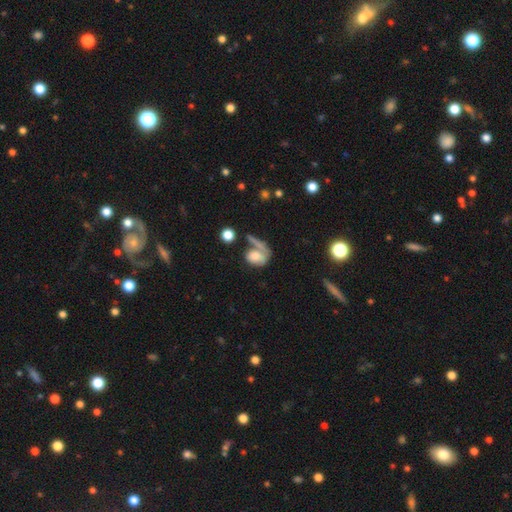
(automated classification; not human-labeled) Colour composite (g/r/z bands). It shows a smooth galaxy with no disk features (68%) that is in between round and cigar-shaped (55%). Merging: none (37%).